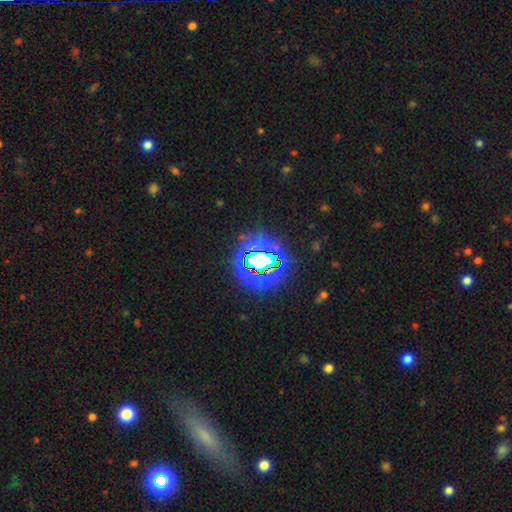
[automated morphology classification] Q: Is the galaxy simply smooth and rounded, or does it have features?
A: star or artifact — 72%.